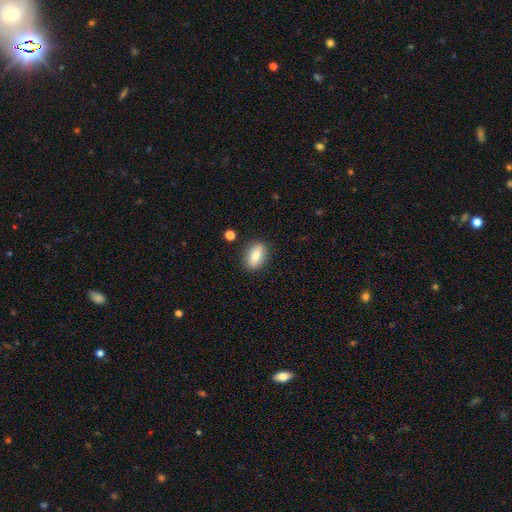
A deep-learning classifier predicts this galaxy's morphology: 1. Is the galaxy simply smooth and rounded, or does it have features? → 76% smooth, 17% featured or disk, 7% star or artifact.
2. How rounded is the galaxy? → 81% in between, 10% cigar-shaped, 8% round.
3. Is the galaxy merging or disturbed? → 86% none, 10% minor disturbance, 2% major disturbance, 2% merger.